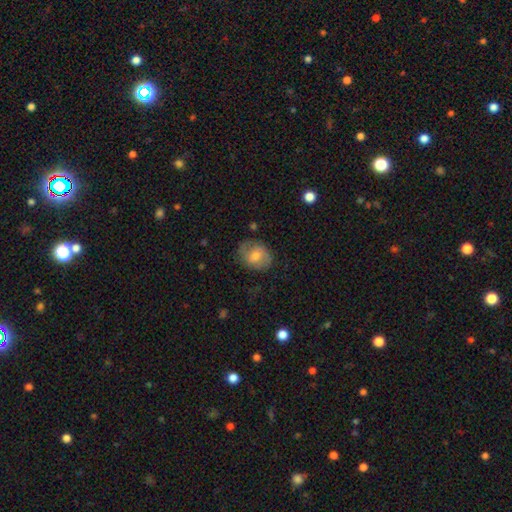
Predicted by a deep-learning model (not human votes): Smooth or featured? smooth (52%)
How rounded? round (53%)
Merging? none (75%)